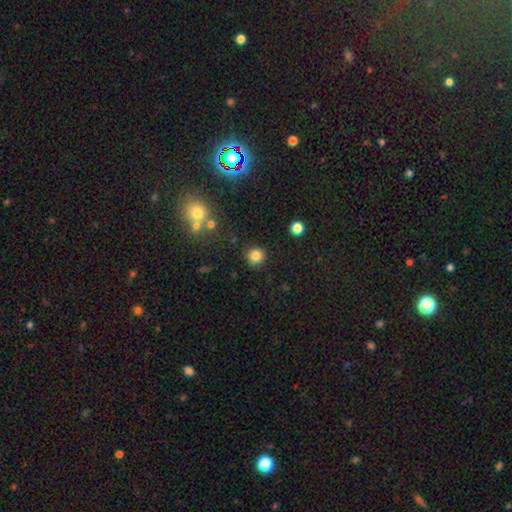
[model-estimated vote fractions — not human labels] smooth-or-featured: smooth: 83% | star or artifact: 12% | featured or disk: 5%
  how-rounded: round: 92% | in between: 7% | cigar-shaped: 1%
  merging: none: 86% | minor disturbance: 8% | merger: 3% | major disturbance: 3%